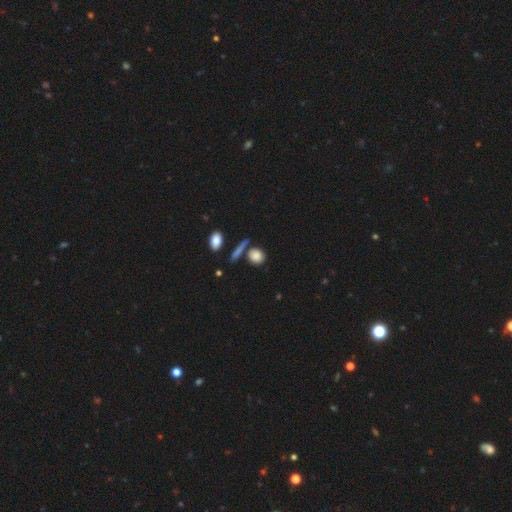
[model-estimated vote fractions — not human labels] This appears to be a smooth galaxy with no disk features (84%) that is round (72%). Merging: none (71%).